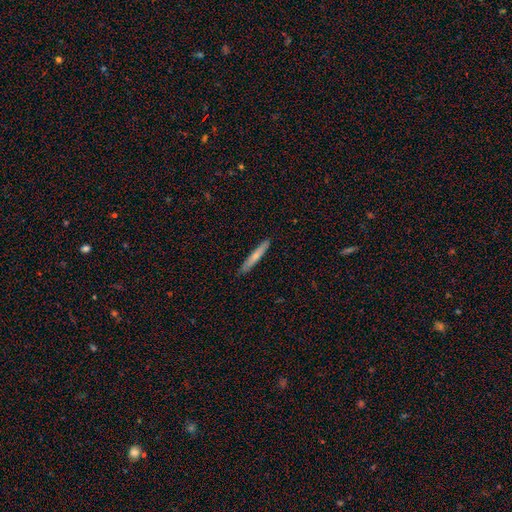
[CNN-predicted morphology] Smooth or featured? smooth (59%)
How rounded? cigar-shaped (94%)
Merging? none (89%)